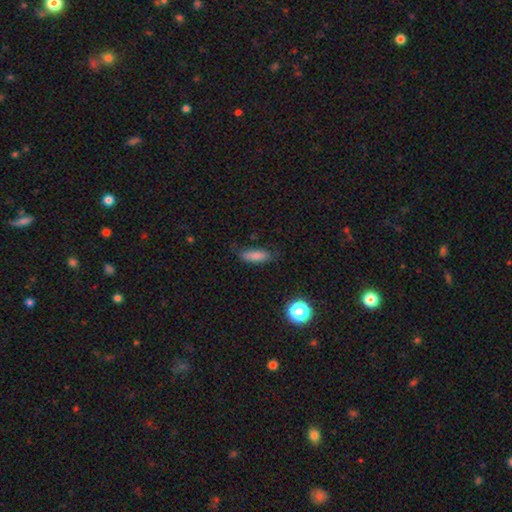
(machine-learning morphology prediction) Smooth or featured? smooth (82%)
How rounded? in between (66%)
Merging? none (74%)